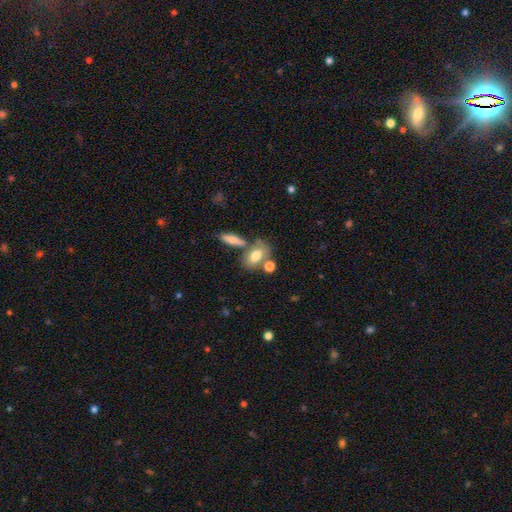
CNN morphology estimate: Smooth or featured: smooth — 73% (featured or disk — 19%)
How rounded: in between — 83% (round — 13%)
Merging: none — 50% (merger — 29%)